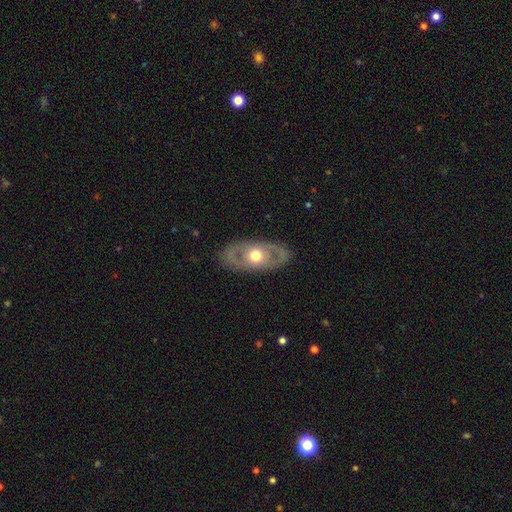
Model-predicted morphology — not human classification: Smooth or featured? featured or disk (63%)
Edge-on disk? no (86%)
Bar? no (85%)
Spiral arms? no (74%)
Bulge size? moderate (73%)
Merging? none (84%)